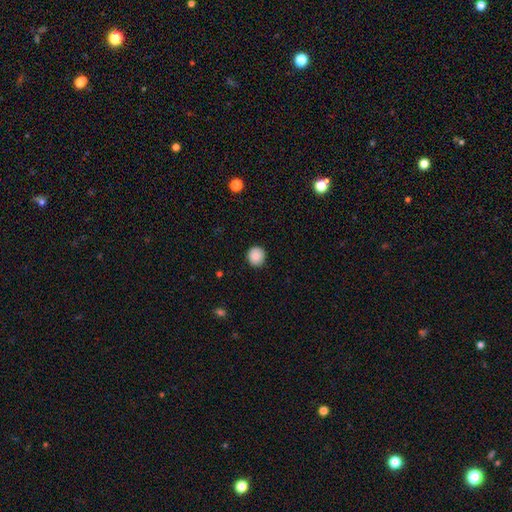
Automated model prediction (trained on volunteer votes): Smooth or featured? Predicted: smooth (p=0.89). How rounded? Predicted: round (p=0.89). Merging? Predicted: none (p=0.90).